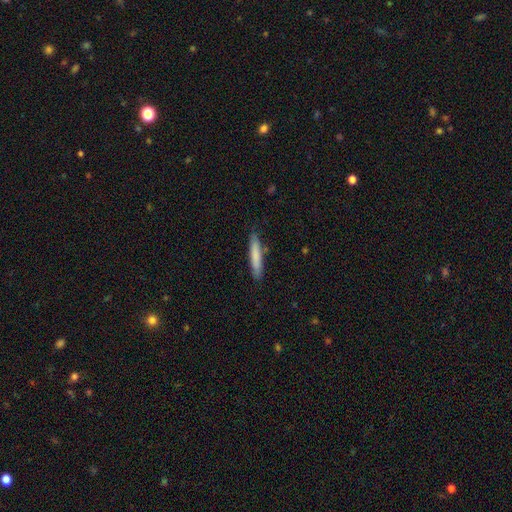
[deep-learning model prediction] Q: Smooth or featured?
A: smooth (77%); runner-up: featured or disk (18%)
Q: How rounded?
A: cigar-shaped (93%); runner-up: in between (6%)
Q: Merging?
A: none (86%); runner-up: minor disturbance (11%)